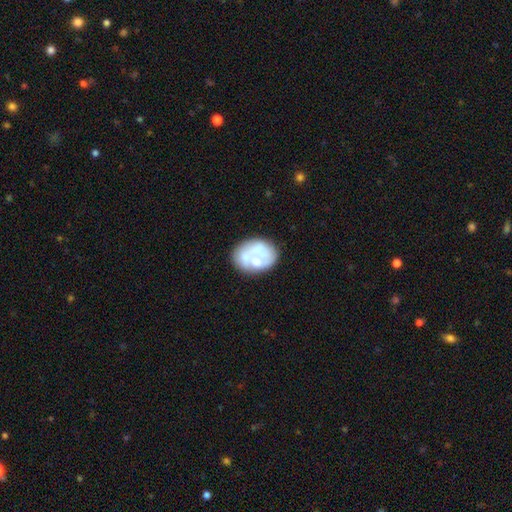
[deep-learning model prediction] This appears to be a featured or disk galaxy (51%). Merging: none (48%).